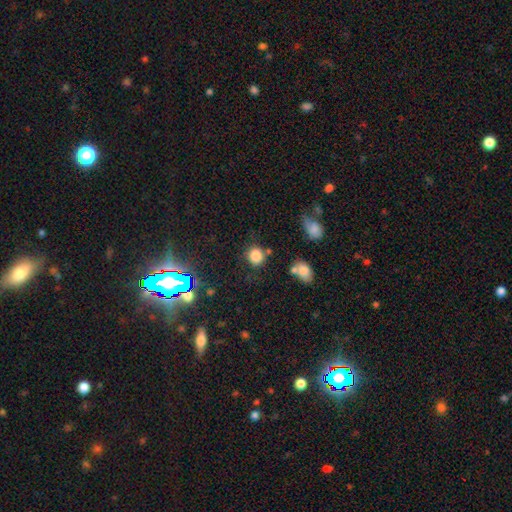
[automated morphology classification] A smooth galaxy with no disk features (81%) that is round (83%).

Vote fractions:
- Smooth or featured? smooth: 81% / star or artifact: 13% / featured or disk: 6%
- How rounded? round: 83% / in between: 16% / cigar-shaped: 1%
- Merging? none: 73% / minor disturbance: 14% / merger: 7% / major disturbance: 5%